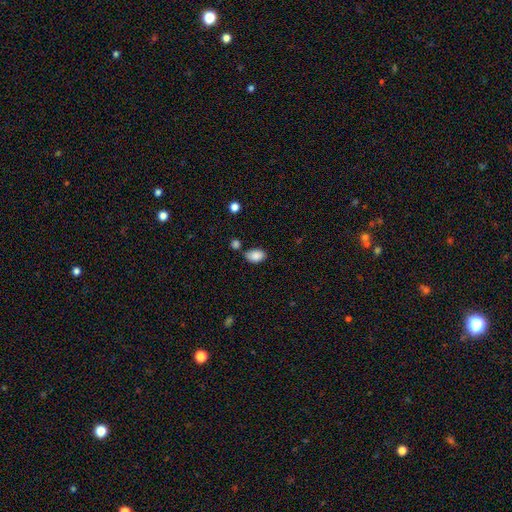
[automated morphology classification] smooth_or_featured: smooth (p=0.87) [alt: star or artifact p=0.08]
how_rounded: in between (p=0.88) [alt: round p=0.10]
merging: none (p=0.67) [alt: minor disturbance p=0.18]